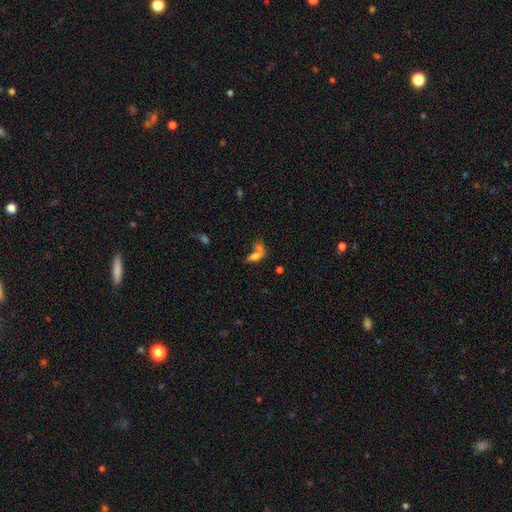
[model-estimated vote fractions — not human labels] Q: Smooth or featured?
A: smooth (65%); runner-up: featured or disk (21%)
Q: How rounded?
A: in between (73%); runner-up: cigar-shaped (18%)
Q: Merging?
A: merger (48%); runner-up: none (28%)